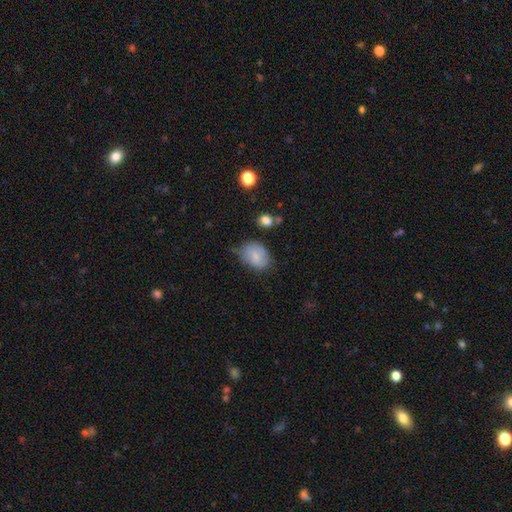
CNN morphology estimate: This is likely a smooth galaxy (78%). How rounded: likely in between (71%). Merging: possibly none (51%).